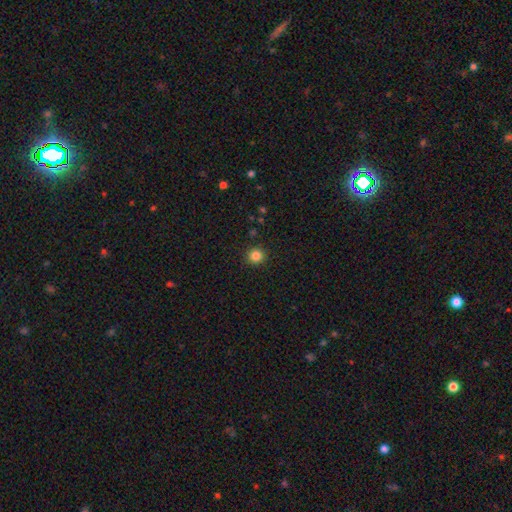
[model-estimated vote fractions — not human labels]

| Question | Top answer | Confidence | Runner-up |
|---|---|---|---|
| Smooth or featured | smooth | 84% | star or artifact (12%) |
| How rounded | round | 93% | in between (6%) |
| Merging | none | 91% | minor disturbance (6%) |